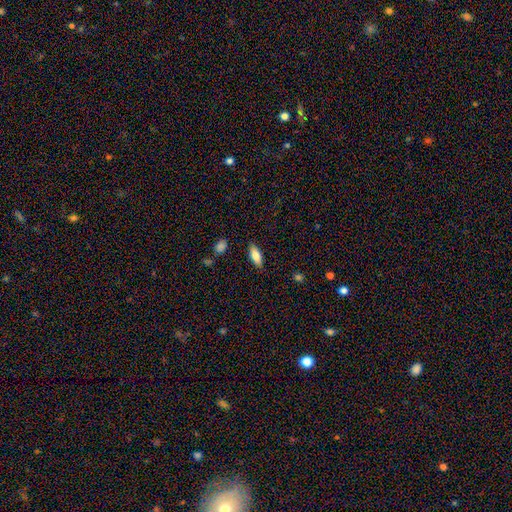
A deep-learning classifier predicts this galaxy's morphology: Q: Smooth or featured?
A: smooth (76%); runner-up: featured or disk (17%)
Q: How rounded?
A: in between (70%); runner-up: cigar-shaped (28%)
Q: Merging?
A: none (86%); runner-up: minor disturbance (10%)